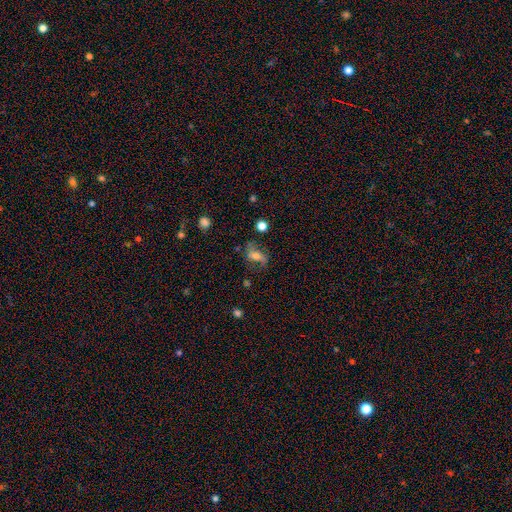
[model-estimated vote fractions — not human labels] Q: Smooth or featured?
A: featured or disk (46%); runner-up: smooth (43%)
Q: Merging?
A: none (61%); runner-up: minor disturbance (22%)